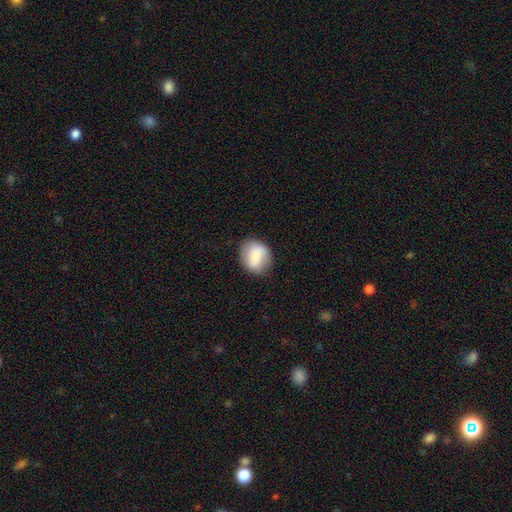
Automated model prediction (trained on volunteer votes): Morphology: type=smooth (79%); roundness=round (53%); merging=none (77%).